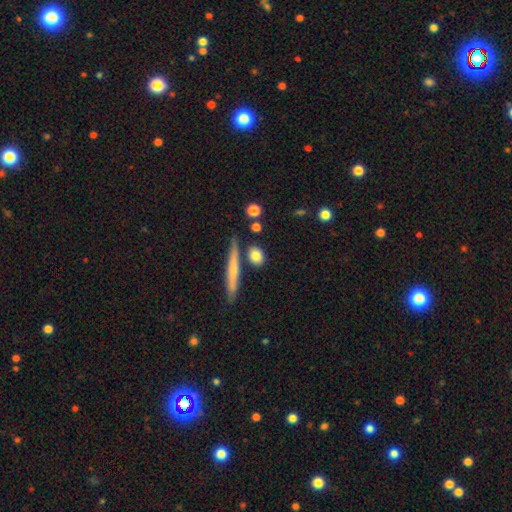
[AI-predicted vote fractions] A smooth galaxy with no disk features (79%) that is in between round and cigar-shaped (40%, tied with round). Merging: none (75%).